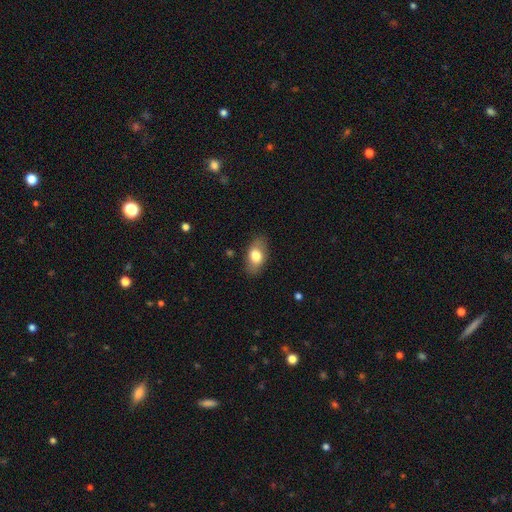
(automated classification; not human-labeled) smooth 75%, featured or disk 19%, star or artifact 7%. Down the decision tree: how rounded — in between (90%); merging — none (83%).